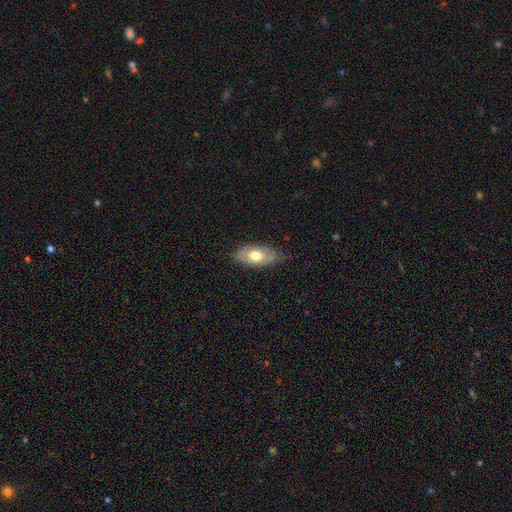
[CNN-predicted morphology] A smooth galaxy with no disk features (65%) that is in between round and cigar-shaped (91%). Merging: none (71%).